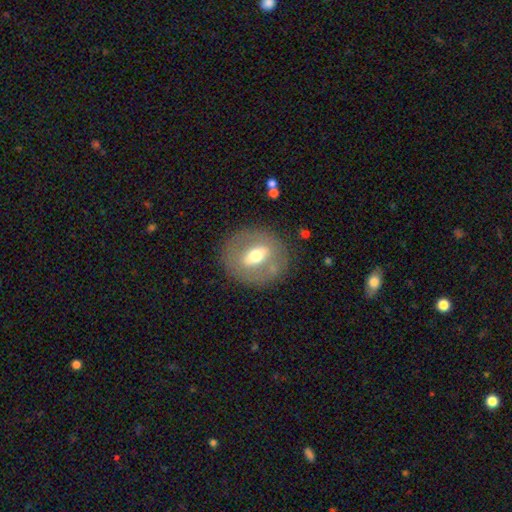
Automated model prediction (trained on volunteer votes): Smooth or featured? Predicted: featured or disk (p=0.56). Edge-on disk? Predicted: no (p=0.89). Merging? Predicted: none (p=0.84).